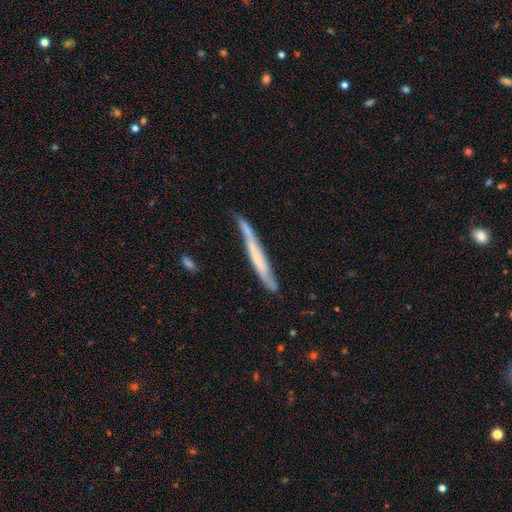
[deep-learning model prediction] Morphology: type=featured or disk (52%); edge-on=yes (81%); merging=none (61%).